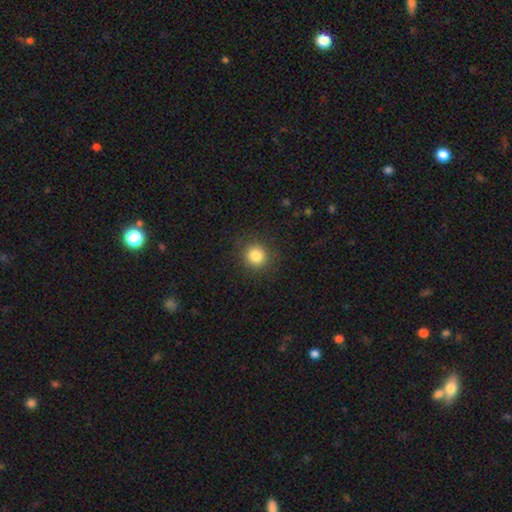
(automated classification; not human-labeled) A smooth galaxy with no disk features (84%) that is round (92%).

Vote fractions:
- Smooth or featured? smooth: 84% / star or artifact: 11% / featured or disk: 5%
- How rounded? round: 92% / in between: 7% / cigar-shaped: 1%
- Merging? none: 89% / minor disturbance: 7% / major disturbance: 3% / merger: 1%